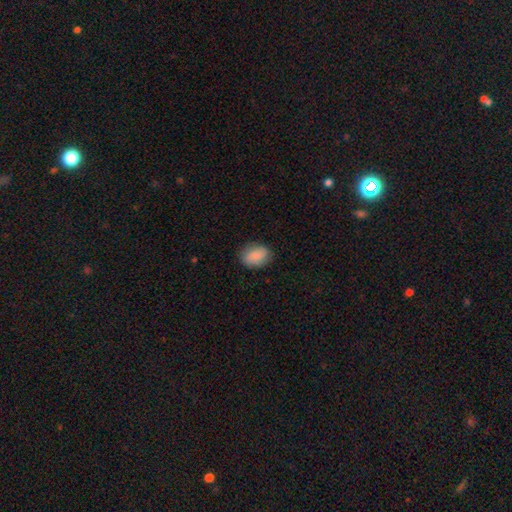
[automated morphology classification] The model was most divided on "how rounded": in between: 75%, round: 24%, cigar-shaped: 1%. More confident: smooth or featured — smooth (86%); merging — none (82%).